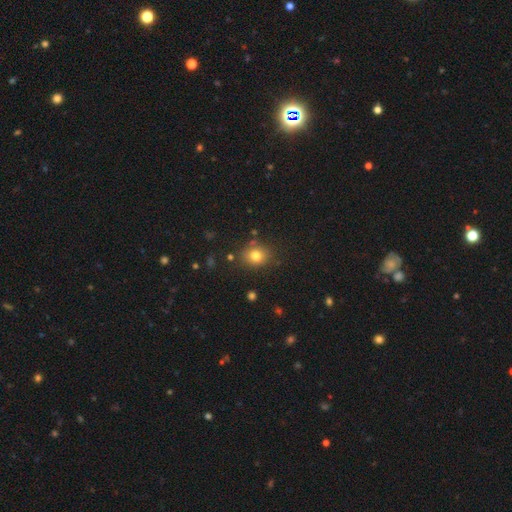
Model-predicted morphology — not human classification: smooth_or_featured: smooth (p=0.79) [alt: star or artifact p=0.13]
how_rounded: round (p=0.66) [alt: in between p=0.33]
merging: none (p=0.79) [alt: minor disturbance p=0.13]